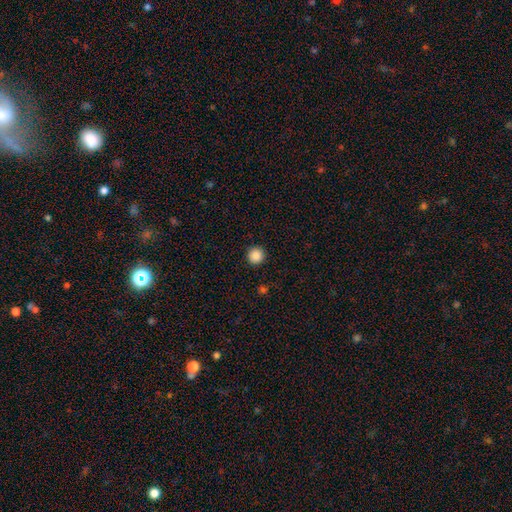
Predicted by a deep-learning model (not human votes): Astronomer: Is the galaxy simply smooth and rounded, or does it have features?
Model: smooth — 88%.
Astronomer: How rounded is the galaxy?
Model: round — 94%.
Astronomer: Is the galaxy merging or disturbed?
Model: none — 92%.